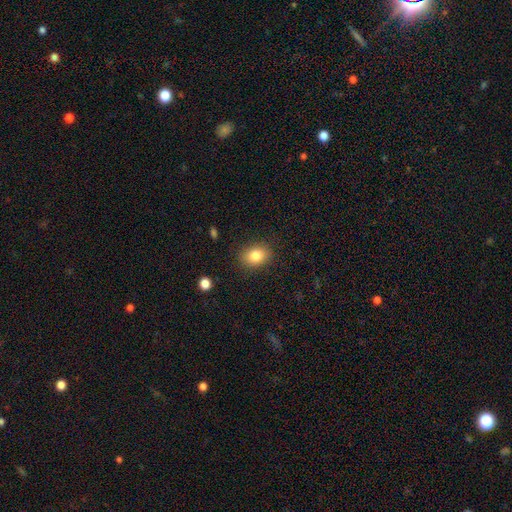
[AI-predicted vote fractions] Overall: smooth (82%). How rounded: in between (64%; round 35%). Merging: none (87%).